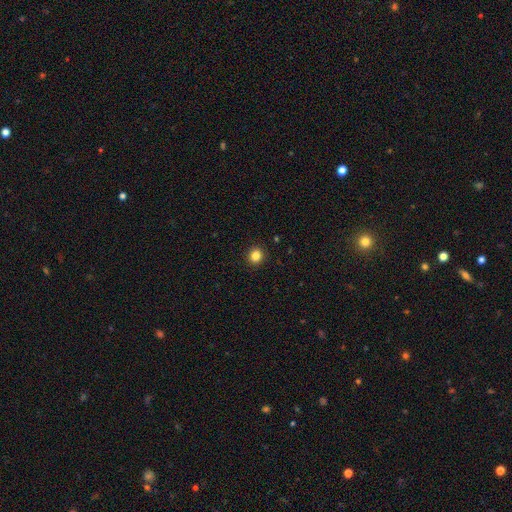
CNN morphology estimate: This is clearly a smooth galaxy (84%). How rounded: clearly round (85%). Merging: clearly none (92%).